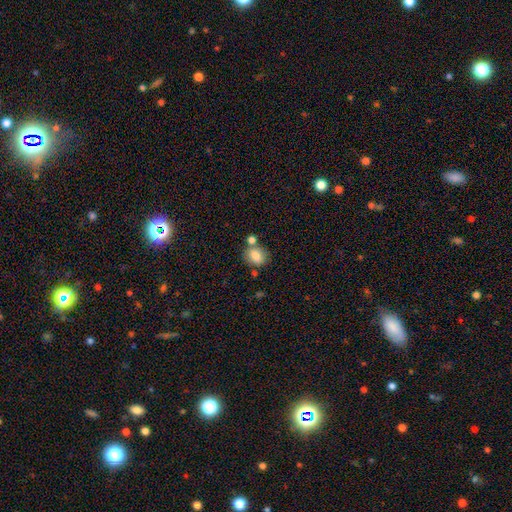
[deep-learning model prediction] The model was most divided on "how rounded": in between: 54%, round: 45%, cigar-shaped: 1%. More confident: smooth or featured — smooth (81%); merging — none (59%).